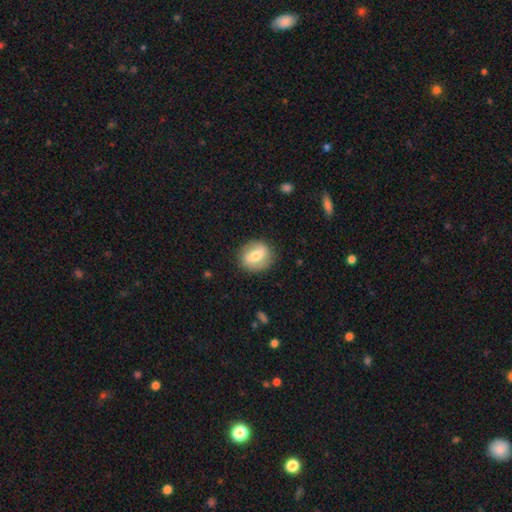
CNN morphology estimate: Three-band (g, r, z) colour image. It shows a smooth galaxy with no disk features (49%). Merging: none (84%).